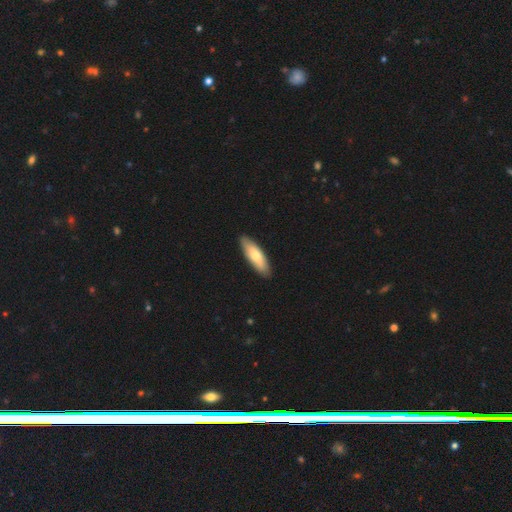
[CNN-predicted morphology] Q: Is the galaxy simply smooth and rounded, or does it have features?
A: smooth — 71%.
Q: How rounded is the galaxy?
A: in between — 50%.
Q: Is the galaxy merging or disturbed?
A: none — 89%.